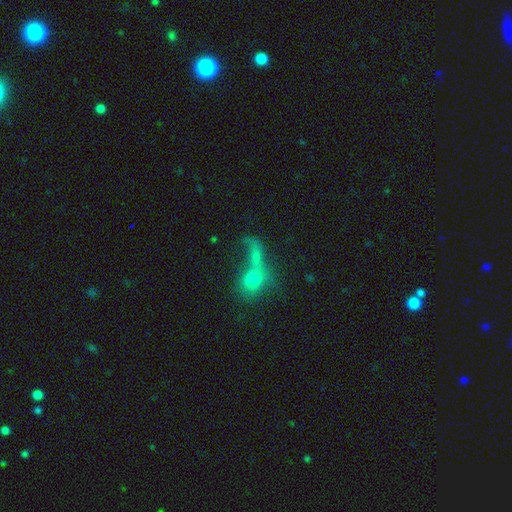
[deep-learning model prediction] Smooth or featured?
  - smooth: 64% *
  - featured or disk: 22%
  - star or artifact: 15%
How rounded?
  - in between: 50% *
  - round: 37%
  - cigar-shaped: 13%
Merging?
  - merger: 61% *
  - none: 18%
  - major disturbance: 14%
  - minor disturbance: 7%